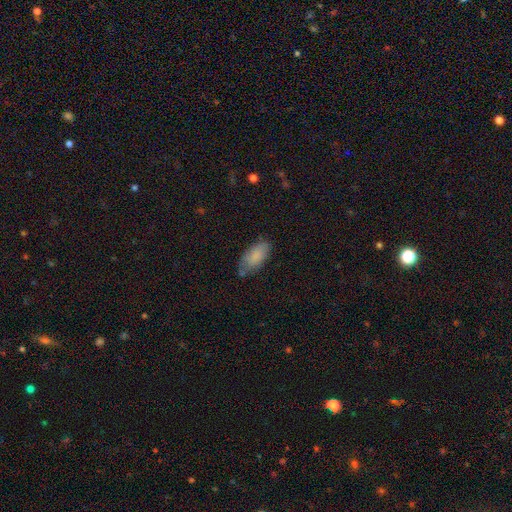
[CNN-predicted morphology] A smooth galaxy with no disk features (84%) that is in between round and cigar-shaped (89%).

Vote fractions:
- Smooth or featured? smooth: 84% / featured or disk: 9% / star or artifact: 7%
- How rounded? in between: 89% / cigar-shaped: 9% / round: 2%
- Merging? none: 66% / minor disturbance: 25% / major disturbance: 5% / merger: 4%